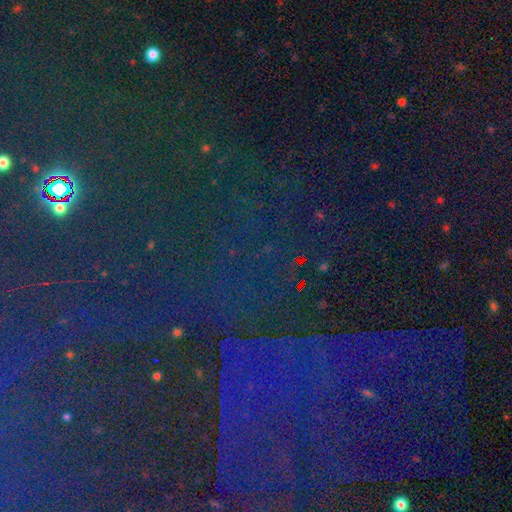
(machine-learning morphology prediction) Smooth or featured: star or artifact — 84% (smooth — 8%)